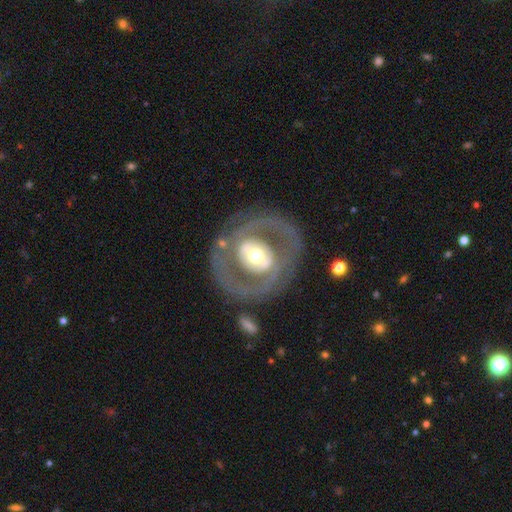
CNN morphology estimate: Smooth or featured? Predicted: featured or disk (p=0.75). Edge-on disk? Predicted: no (p=0.95). Bar? Predicted: no (p=0.41). Spiral arms? Predicted: no (p=0.55). Bulge size? Predicted: moderate (p=0.62). Merging? Predicted: none (p=0.76).